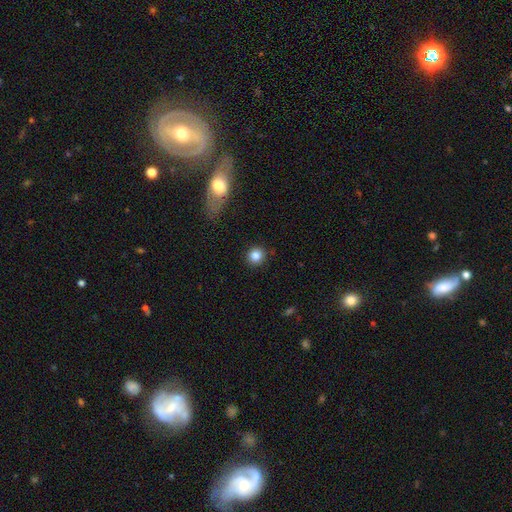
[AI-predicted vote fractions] Smooth or featured: smooth — 84% (star or artifact — 10%)
How rounded: round — 92% (in between — 7%)
Merging: none — 90% (minor disturbance — 6%)